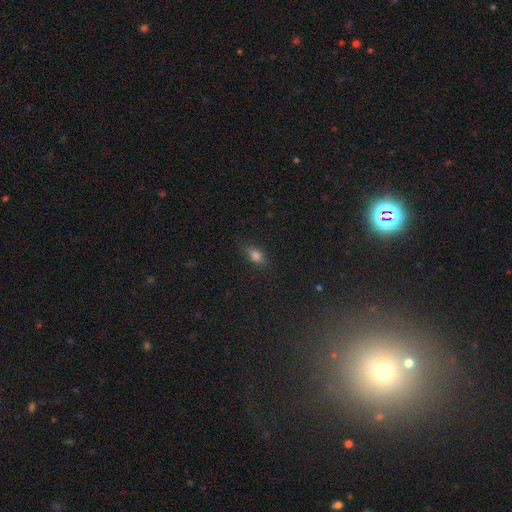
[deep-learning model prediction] A smooth galaxy with no disk features (79%) that is in between round and cigar-shaped (81%).

Vote fractions:
- Smooth or featured? smooth: 79% / star or artifact: 13% / featured or disk: 8%
- How rounded? in between: 81% / round: 12% / cigar-shaped: 6%
- Merging? none: 82% / minor disturbance: 14% / major disturbance: 3% / merger: 1%